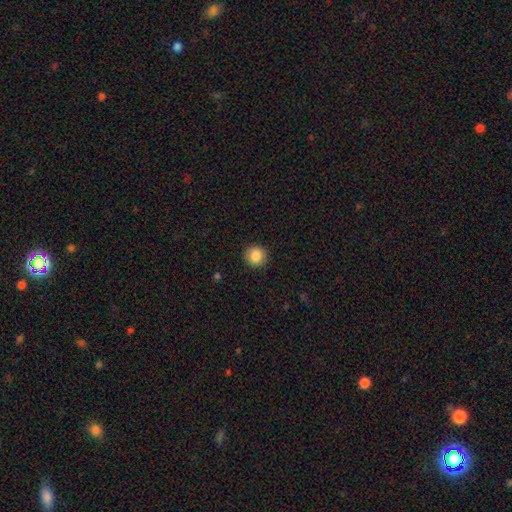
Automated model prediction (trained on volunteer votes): Smooth or featured? smooth (87%)
How rounded? round (94%)
Merging? none (92%)